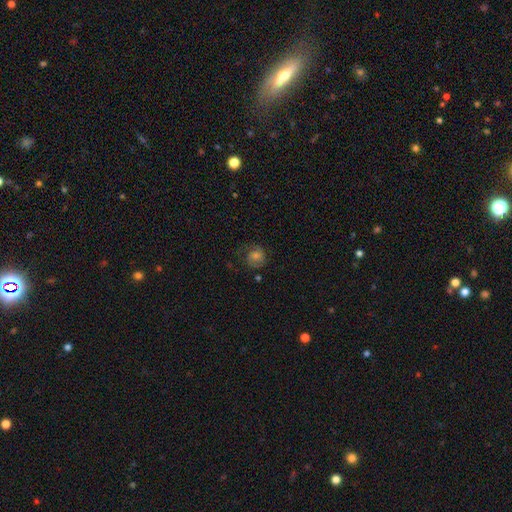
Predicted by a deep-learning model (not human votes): A featured or disk galaxy (53%) with no bar (73%), spiral arms (87%) and a moderate central bulge (50%).

Vote fractions:
- Smooth or featured? featured or disk: 53% / smooth: 33% / star or artifact: 13%
- Edge-on disk? no: 97% / yes: 3%
- Bar? no: 73% / weak: 23% / strong: 4%
- Spiral arms? yes: 87% / no: 13%
- Bulge size? moderate: 50% / small: 36% / large: 7% / none: 5% / dominant: 2%
- Merging? none: 69% / minor disturbance: 18% / major disturbance: 11% / merger: 2%